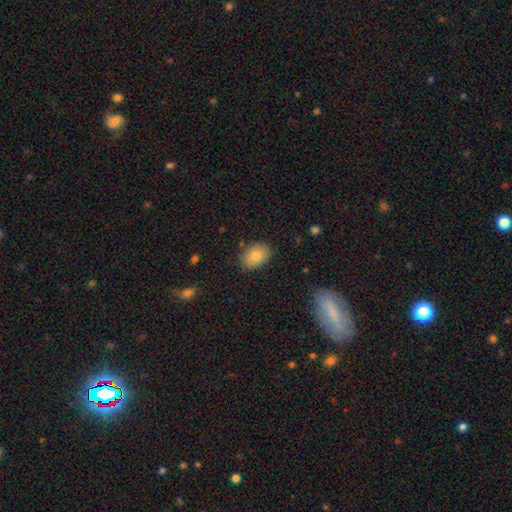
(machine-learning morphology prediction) Overall: smooth (80%). How rounded: in between (75%). Merging: none (85%).